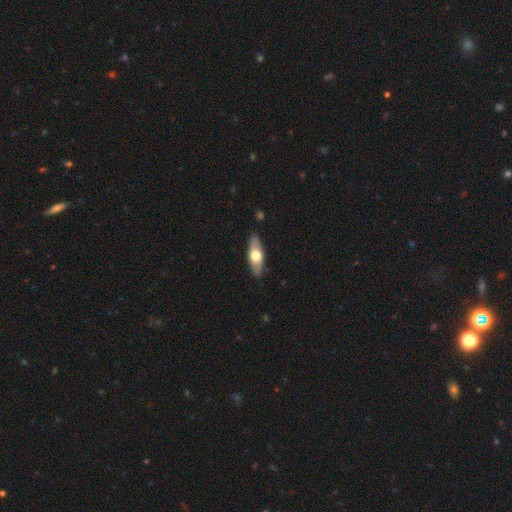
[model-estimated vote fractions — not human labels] smooth-or-featured: smooth: 53% | featured or disk: 41% | star or artifact: 5%
  how-rounded: in between: 69% | cigar-shaped: 28% | round: 3%
  merging: none: 86% | minor disturbance: 11% | major disturbance: 2% | merger: 1%